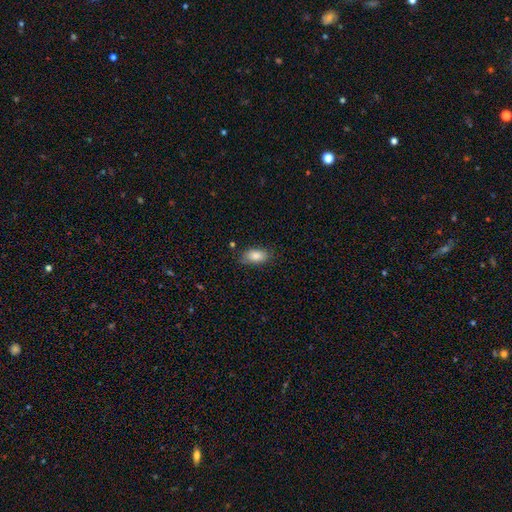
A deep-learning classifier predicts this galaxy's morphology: The model was most divided on "merging": none: 78%, minor disturbance: 16%, major disturbance: 3%, merger: 2%. More confident: how rounded — in between (91%); smooth or featured — smooth (85%).